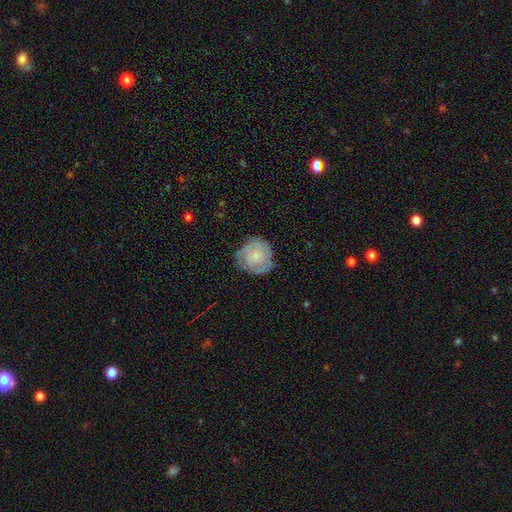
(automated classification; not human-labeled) The model was most divided on "smooth or featured": featured or disk: 48%, smooth: 45%, star or artifact: 6%. More confident: merging — none (69%).